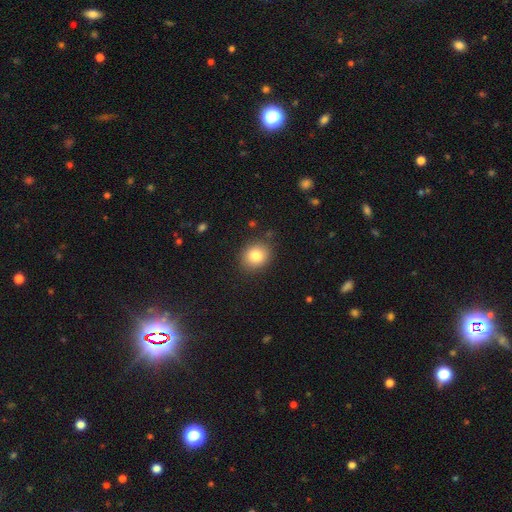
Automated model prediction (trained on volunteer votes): Morphology: type=smooth (82%); roundness=round (69%); merging=none (87%).